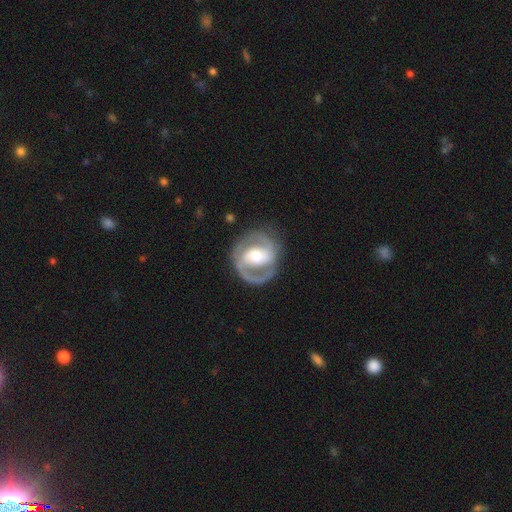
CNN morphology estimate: type=featured or disk (83%); edge-on=no (97%); bar=weak (37%); spiral arms=yes (86%); winding=medium (48%); arm count=2 (87%); bulge=moderate (67%); merging=none (81%).